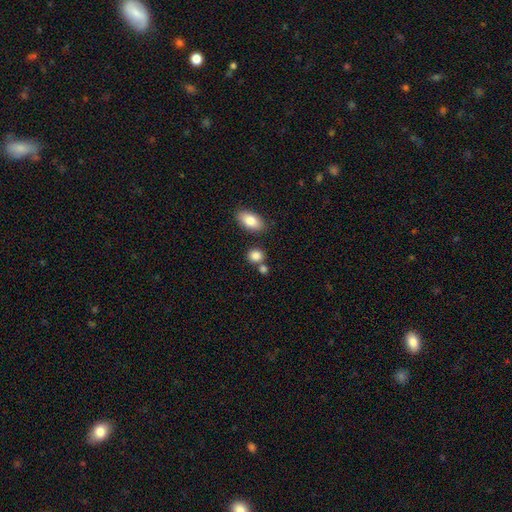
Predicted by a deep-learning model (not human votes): Q: Smooth or featured?
A: smooth (86%); runner-up: star or artifact (9%)
Q: How rounded?
A: round (64%); runner-up: in between (34%)
Q: Merging?
A: none (69%); runner-up: merger (19%)